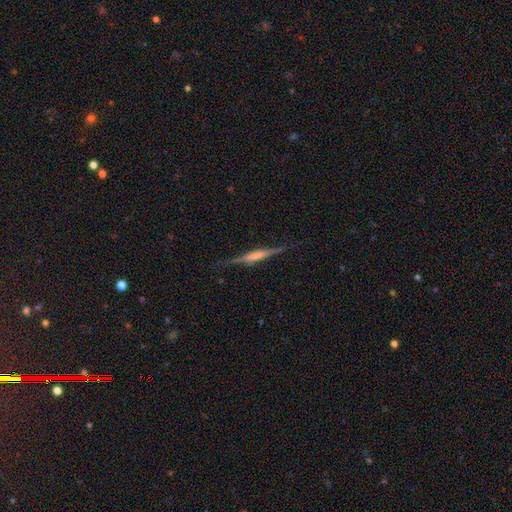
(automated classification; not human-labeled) Smooth or featured? Predicted: featured or disk (p=0.72). Edge-on disk? Predicted: yes (p=0.97). Edge-on bulge? Predicted: boxy (p=0.40). Merging? Predicted: none (p=0.84).